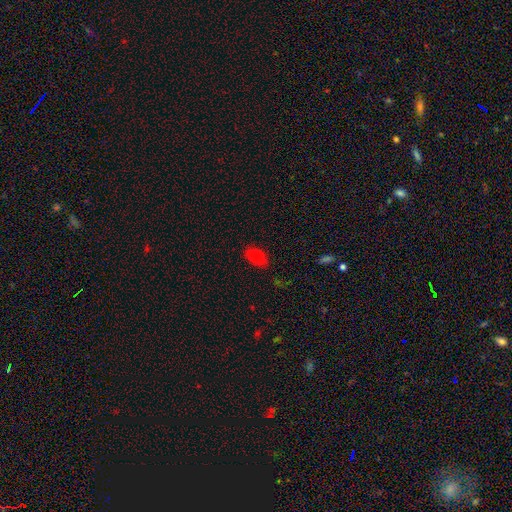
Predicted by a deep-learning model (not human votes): Smooth or featured: smooth — 76% (star or artifact — 18%)
How rounded: in between — 89% (round — 8%)
Merging: none — 78% (minor disturbance — 16%)